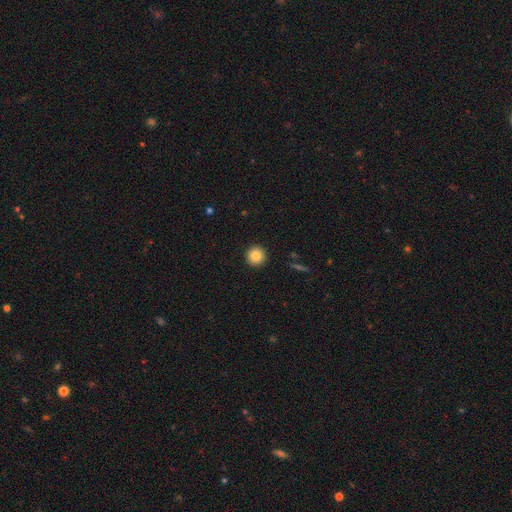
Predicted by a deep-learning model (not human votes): This is clearly a smooth galaxy (86%). How rounded: clearly round (96%). Merging: clearly none (93%).